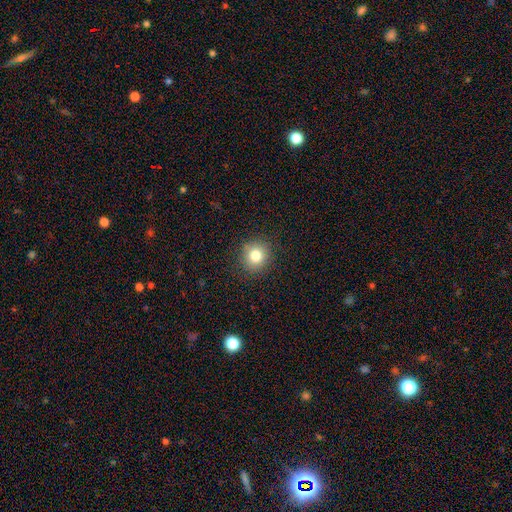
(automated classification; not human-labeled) Smooth or featured? Predicted: smooth (p=0.80). How rounded? Predicted: round (p=0.88). Merging? Predicted: none (p=0.88).